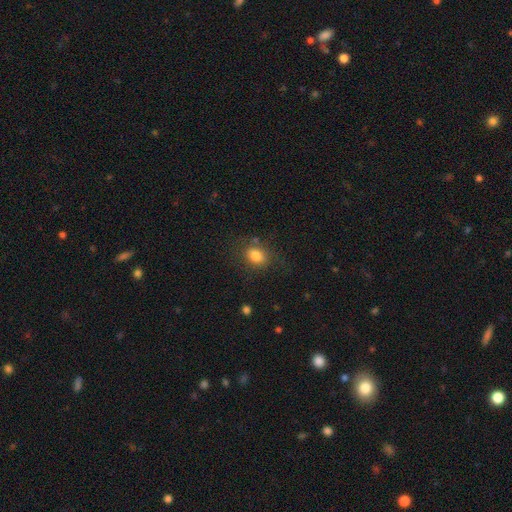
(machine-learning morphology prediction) Smooth or featured: smooth — 81% (star or artifact — 10%)
How rounded: in between — 57% (round — 41%)
Merging: none — 73% (minor disturbance — 17%)